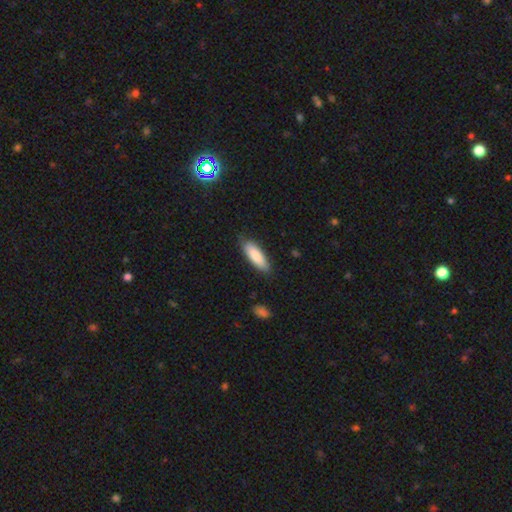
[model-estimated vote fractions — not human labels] smooth-or-featured: smooth: 84% | featured or disk: 10% | star or artifact: 5%
  how-rounded: in between: 56% | cigar-shaped: 42% | round: 1%
  merging: none: 83% | minor disturbance: 13% | major disturbance: 2% | merger: 1%